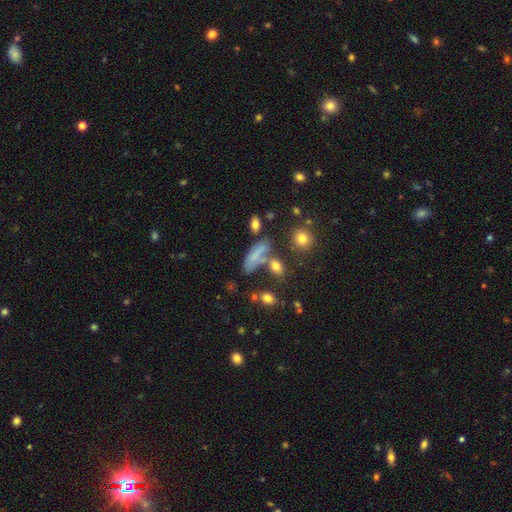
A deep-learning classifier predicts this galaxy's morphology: smooth-or-featured: smooth: 67% | featured or disk: 21% | star or artifact: 12%
  how-rounded: in between: 60% | cigar-shaped: 34% | round: 5%
  merging: none: 46% | merger: 22% | minor disturbance: 21% | major disturbance: 11%